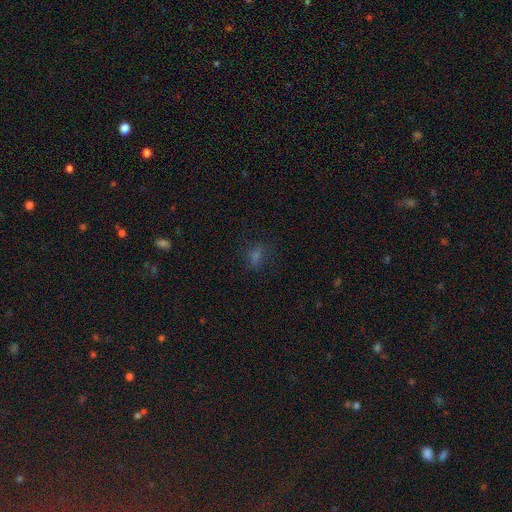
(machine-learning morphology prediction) Overall: smooth (61%; star or artifact 29%). How rounded: in between (64%; round 31%). Merging: none (74%).